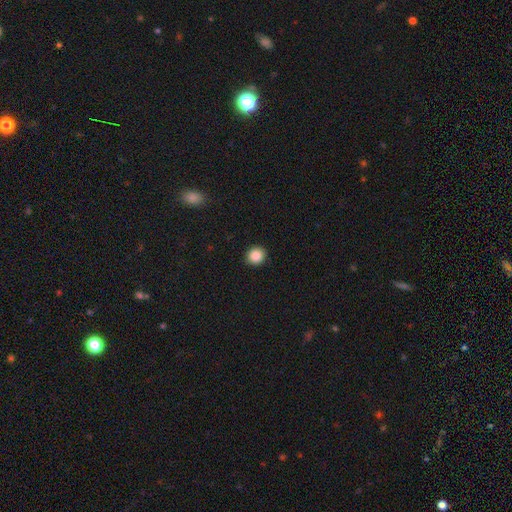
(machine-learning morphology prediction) Smooth or featured? Predicted: smooth (p=0.88). How rounded? Predicted: round (p=0.87). Merging? Predicted: none (p=0.92).